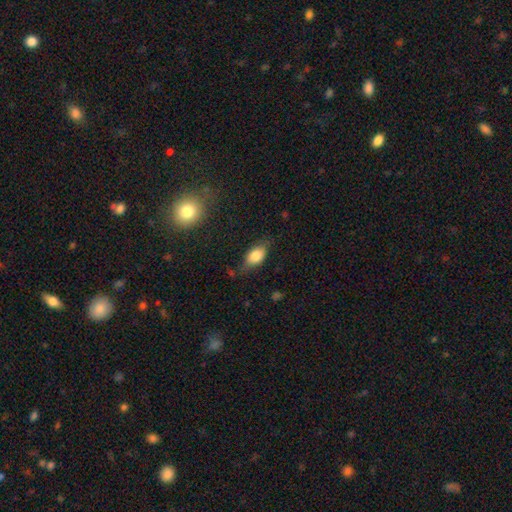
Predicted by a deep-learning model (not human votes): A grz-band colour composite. It shows a smooth galaxy with no disk features (79%) that is in between round and cigar-shaped (86%). Merging: none (69%).